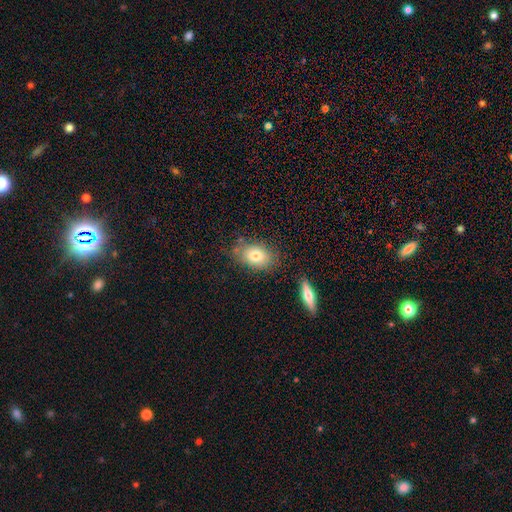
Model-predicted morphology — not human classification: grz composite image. It shows a smooth galaxy with no disk features (77%) that is in between round and cigar-shaped (80%). Merging: none (73%).